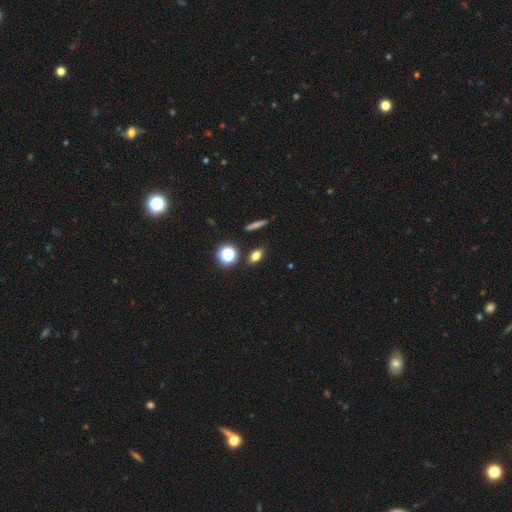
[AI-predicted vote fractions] Overall: smooth (75%). How rounded: in between (63%; round 26%). Merging: none (86%).